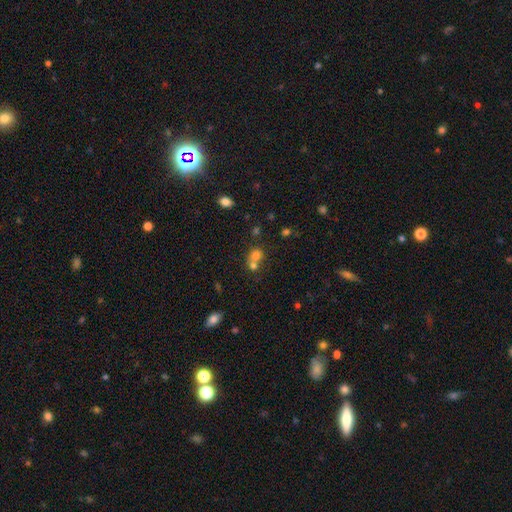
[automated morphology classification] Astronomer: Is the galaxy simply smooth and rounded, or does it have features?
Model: smooth — 72%.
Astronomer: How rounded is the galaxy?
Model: round — 76%.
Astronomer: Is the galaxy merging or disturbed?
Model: merger — 55% (runner-up: none, 36%).